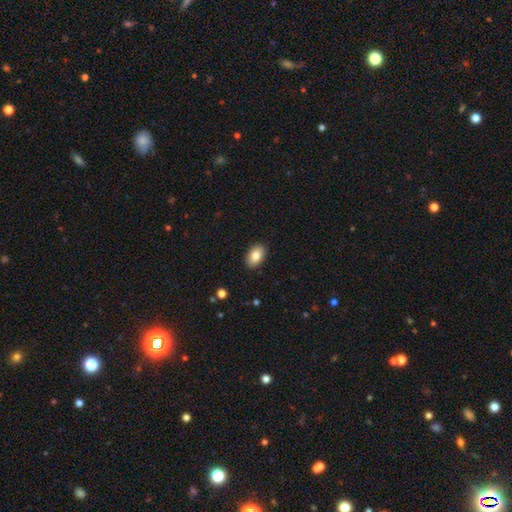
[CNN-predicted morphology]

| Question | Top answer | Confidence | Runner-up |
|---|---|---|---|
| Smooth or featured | smooth | 84% | featured or disk (9%) |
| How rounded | in between | 92% | round (7%) |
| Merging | none | 89% | minor disturbance (8%) |